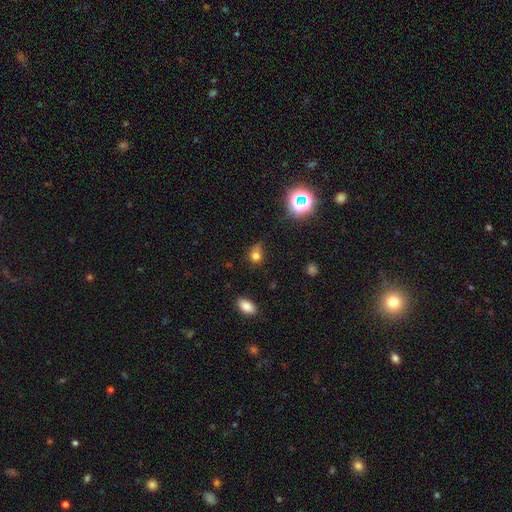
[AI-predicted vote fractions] Smooth or featured?
  - smooth: 75% *
  - star or artifact: 16%
  - featured or disk: 9%
How rounded?
  - round: 60% *
  - in between: 38%
  - cigar-shaped: 2%
Merging?
  - none: 45% *
  - minor disturbance: 32%
  - major disturbance: 16%
  - merger: 7%